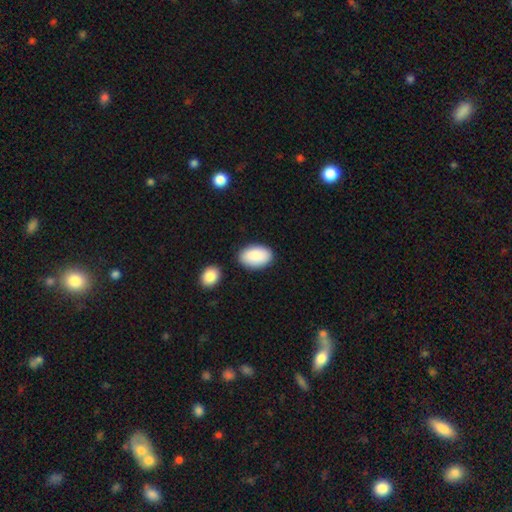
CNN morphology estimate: This appears to be a smooth galaxy with no disk features (90%) that is in between round and cigar-shaped (94%). Merging: none (80%).